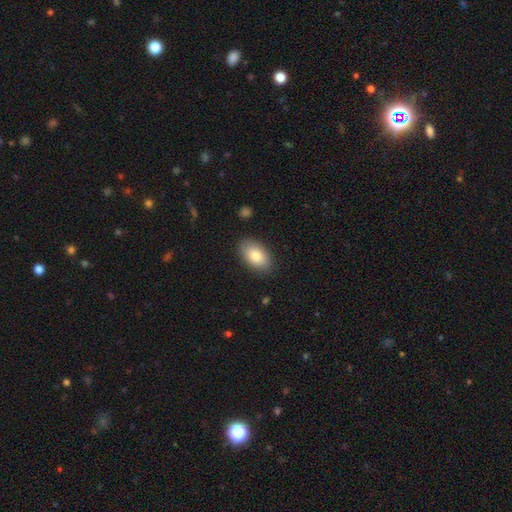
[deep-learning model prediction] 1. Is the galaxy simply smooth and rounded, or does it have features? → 82% smooth, 11% featured or disk, 7% star or artifact.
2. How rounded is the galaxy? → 93% in between, 5% round, 2% cigar-shaped.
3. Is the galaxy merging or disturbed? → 86% none, 10% minor disturbance, 2% major disturbance, 1% merger.